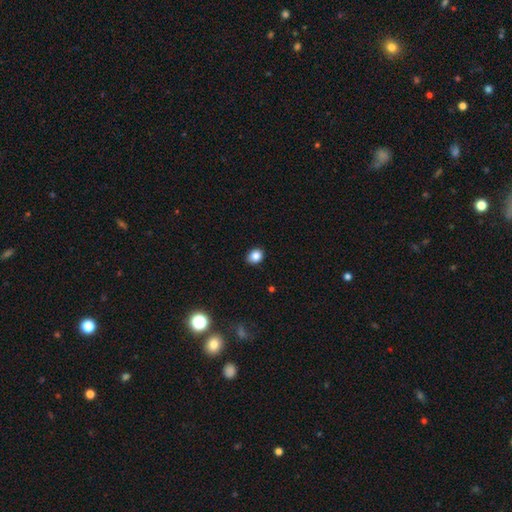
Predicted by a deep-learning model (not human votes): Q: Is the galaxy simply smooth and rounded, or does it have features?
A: smooth — 85%.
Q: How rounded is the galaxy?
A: round — 54%.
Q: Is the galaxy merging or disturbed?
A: none — 88%.